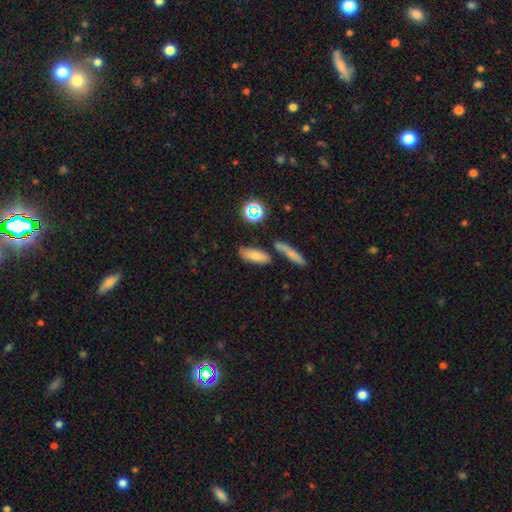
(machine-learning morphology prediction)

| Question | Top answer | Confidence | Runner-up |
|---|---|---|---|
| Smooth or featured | smooth | 75% | featured or disk (13%) |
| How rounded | in between | 70% | cigar-shaped (25%) |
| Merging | none | 68% | merger (15%) |